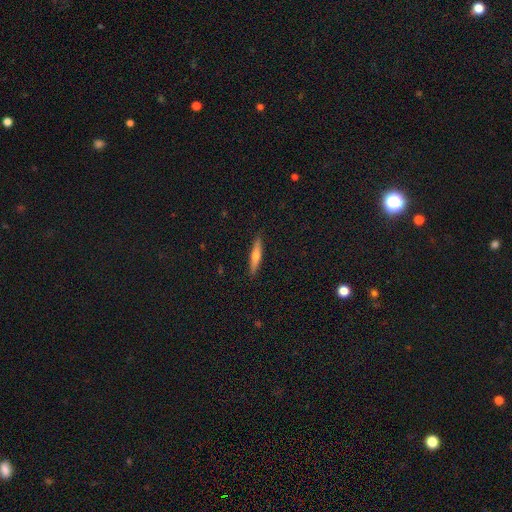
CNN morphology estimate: smooth_or_featured: smooth (p=0.47) [alt: featured or disk p=0.46]
merging: none (p=0.90) [alt: minor disturbance p=0.07]